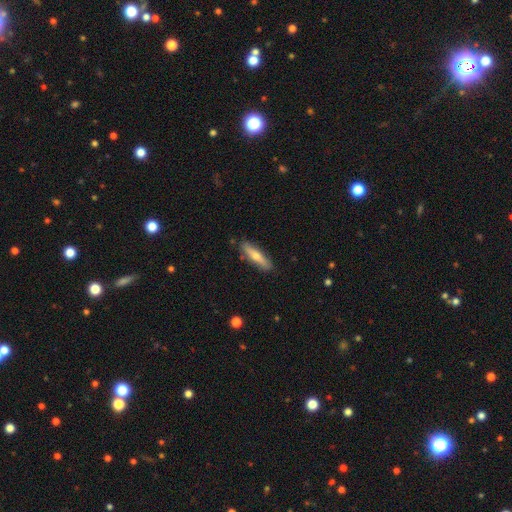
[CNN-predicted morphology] Smooth or featured: smooth — 58% (featured or disk — 36%)
How rounded: cigar-shaped — 76% (in between — 22%)
Merging: none — 87% (minor disturbance — 10%)